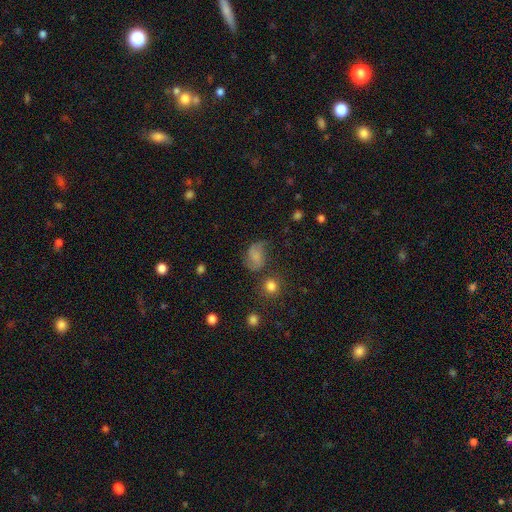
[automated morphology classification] smooth_or_featured: smooth (p=0.43) [tied with: featured or disk p=0.43]
merging: none (p=0.53) [alt: minor disturbance p=0.25]